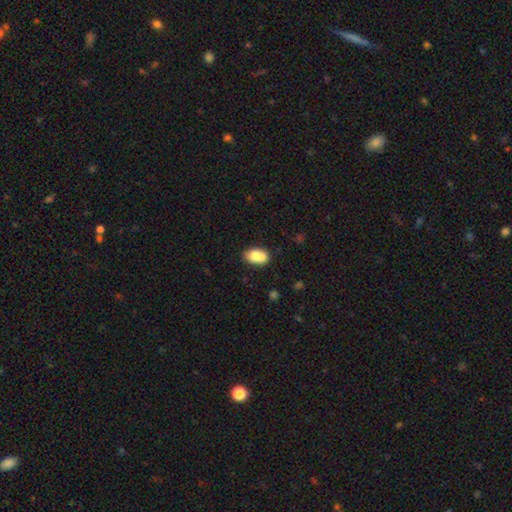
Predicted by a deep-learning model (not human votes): This appears to be a smooth galaxy with no disk features (73%) that is in between round and cigar-shaped (82%). Merging: none (46%).